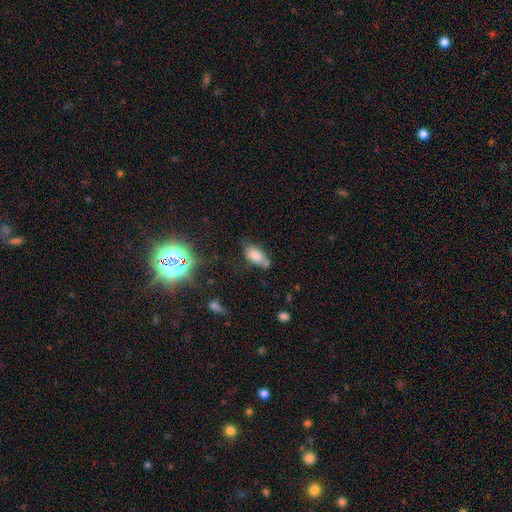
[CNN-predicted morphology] A smooth galaxy with no disk features (75%) that is in between round and cigar-shaped (85%). Merging: none (52%).